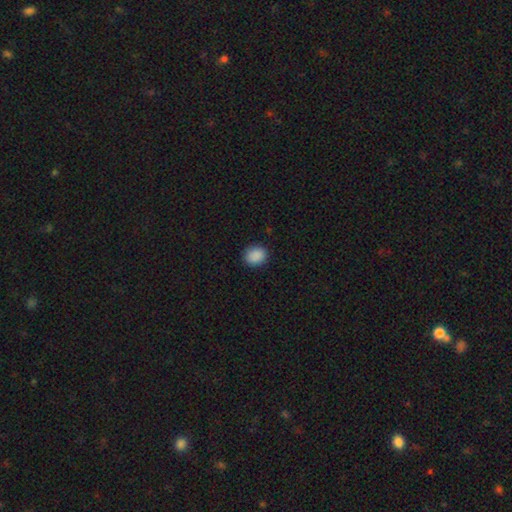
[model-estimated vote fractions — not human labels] Smooth or featured?
  - smooth: 89% *
  - star or artifact: 8%
  - featured or disk: 2%
How rounded?
  - round: 65% *
  - in between: 34%
  - cigar-shaped: 1%
Merging?
  - none: 89% *
  - minor disturbance: 8%
  - major disturbance: 2%
  - merger: 1%